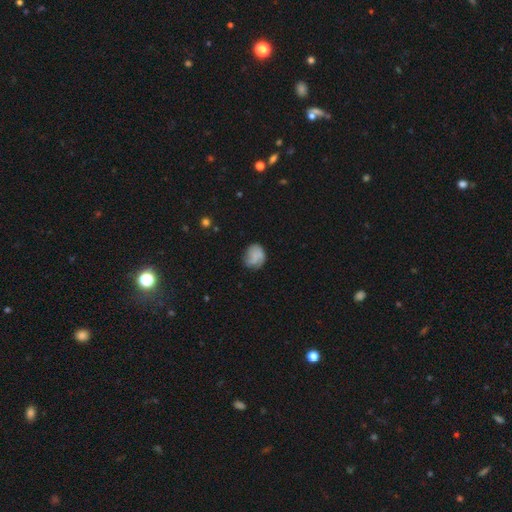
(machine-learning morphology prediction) Smooth or featured: smooth — 64% (featured or disk — 26%)
How rounded: round — 62% (in between — 37%)
Merging: none — 59% (minor disturbance — 27%)